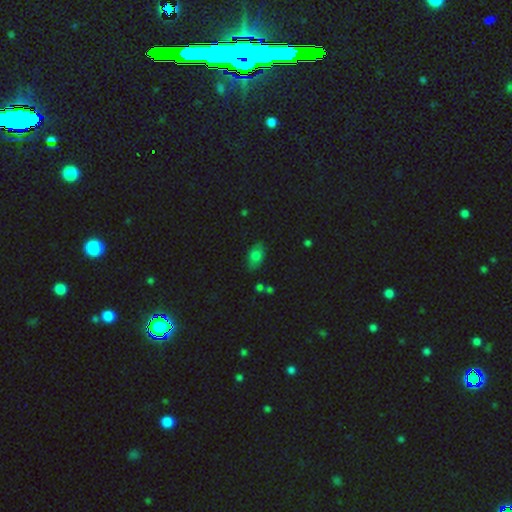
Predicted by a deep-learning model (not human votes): A smooth galaxy with no disk features (70%) that is in between round and cigar-shaped (86%).

Vote fractions:
- Smooth or featured? smooth: 70% / star or artifact: 16% / featured or disk: 14%
- How rounded? in between: 86% / round: 11% / cigar-shaped: 3%
- Merging? none: 75% / minor disturbance: 18% / major disturbance: 5% / merger: 3%